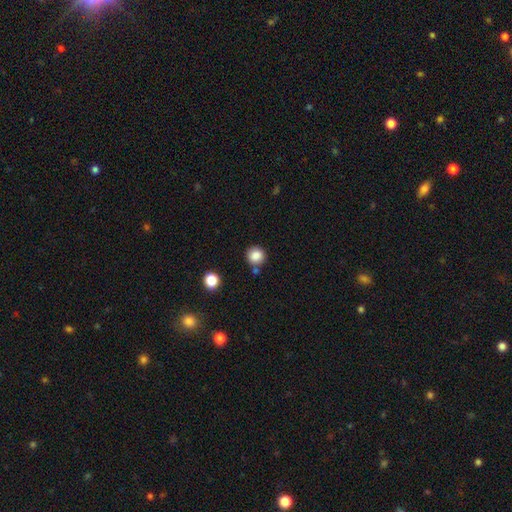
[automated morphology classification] Smooth or featured? smooth (85%)
How rounded? round (91%)
Merging? none (78%)